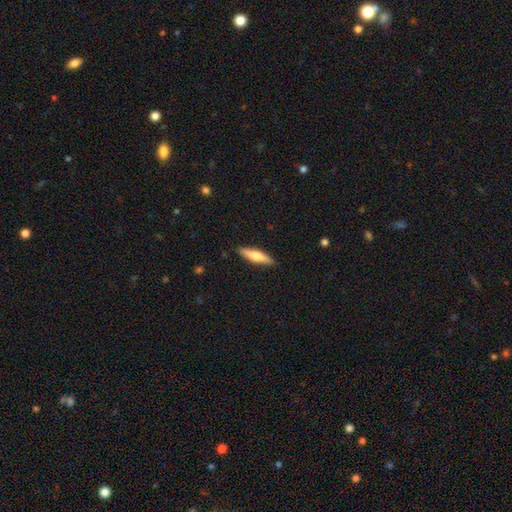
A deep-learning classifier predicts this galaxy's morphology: smooth-or-featured: smooth: 57% | featured or disk: 37% | star or artifact: 5%
  how-rounded: cigar-shaped: 76% | in between: 22% | round: 2%
  merging: none: 89% | minor disturbance: 8% | major disturbance: 2% | merger: 1%